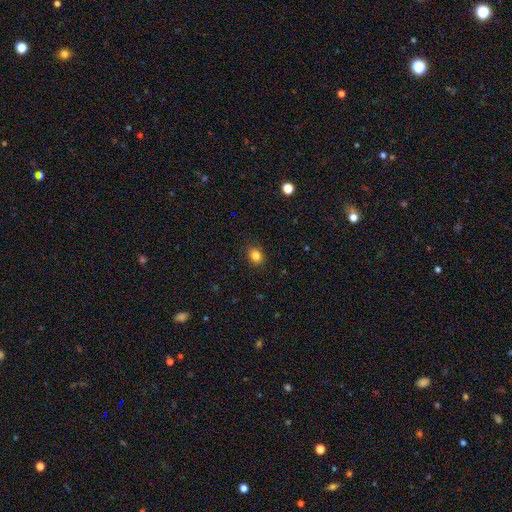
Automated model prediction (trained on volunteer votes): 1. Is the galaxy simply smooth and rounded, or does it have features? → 84% smooth, 11% star or artifact, 5% featured or disk.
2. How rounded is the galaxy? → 50% round, 49% in between, 1% cigar-shaped.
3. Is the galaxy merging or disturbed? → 89% none, 8% minor disturbance, 2% major disturbance, 1% merger.